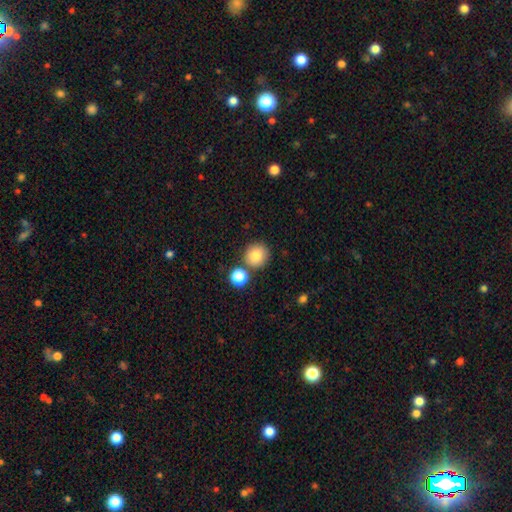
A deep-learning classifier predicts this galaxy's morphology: Smooth or featured: smooth — 84% (star or artifact — 10%)
How rounded: round — 90% (in between — 9%)
Merging: none — 77% (merger — 12%)